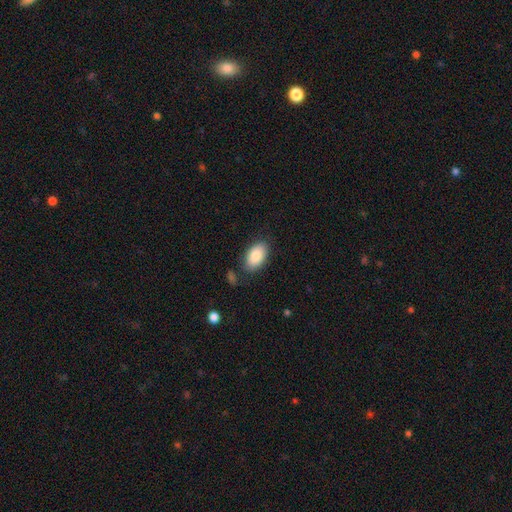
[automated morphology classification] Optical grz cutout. It shows a smooth galaxy with no disk features (86%) that is in between round and cigar-shaped (94%). Merging: none (80%).